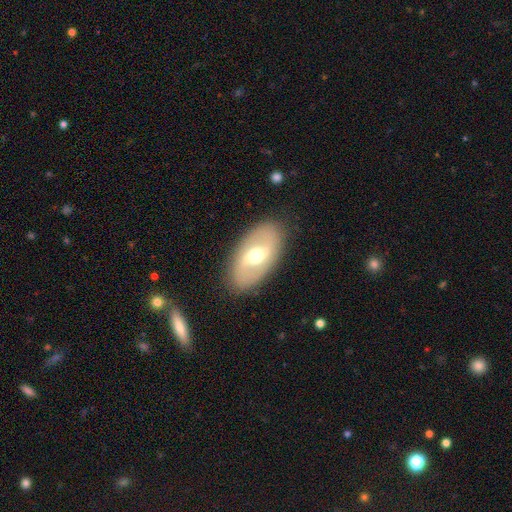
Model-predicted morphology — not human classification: Q: Smooth or featured?
A: featured or disk (62%); runner-up: smooth (32%)
Q: Edge-on disk?
A: no (90%); runner-up: yes (10%)
Q: Bar?
A: weak (45%); runner-up: strong (33%)
Q: Spiral arms?
A: no (50%); tied with: yes (50%)
Q: Bulge size?
A: moderate (73%); runner-up: large (13%)
Q: Merging?
A: none (86%); runner-up: minor disturbance (9%)